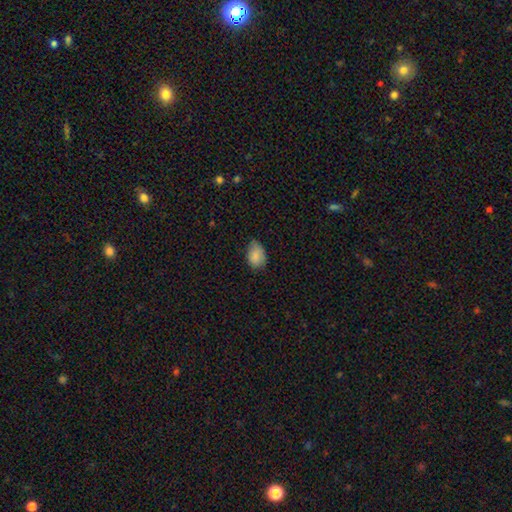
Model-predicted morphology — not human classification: Overall: smooth (85%). How rounded: in between (84%). Merging: none (61%; minor disturbance 33%).